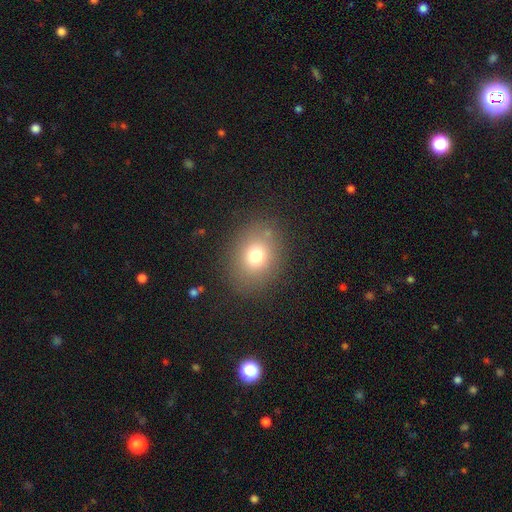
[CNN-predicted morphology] type=smooth (74%); roundness=round (55%); merging=none (83%).